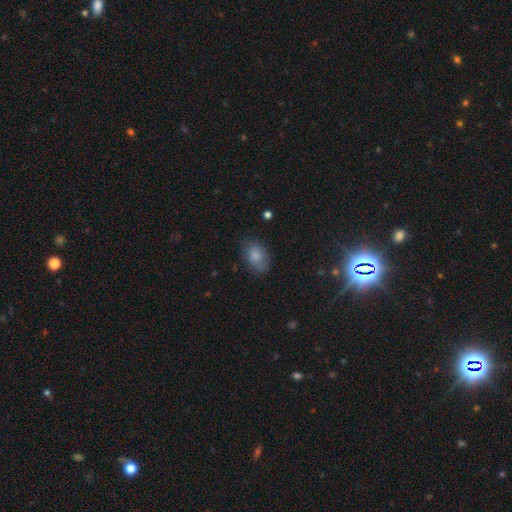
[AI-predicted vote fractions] Smooth or featured? smooth (80%)
How rounded? in between (82%)
Merging? none (66%)